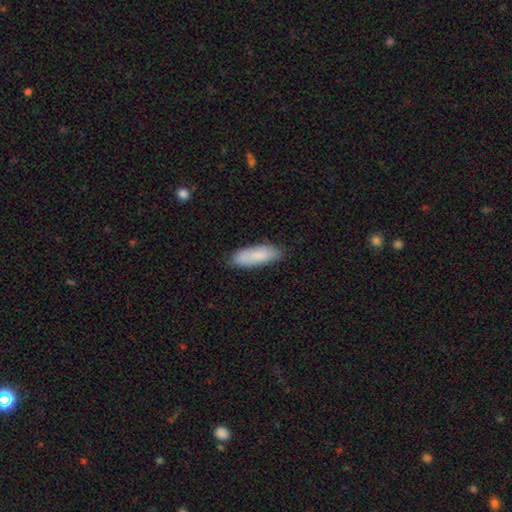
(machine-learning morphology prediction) smooth_or_featured: smooth (p=0.83) [alt: featured or disk p=0.11]
how_rounded: in between (p=0.62) [alt: cigar-shaped p=0.37]
merging: none (p=0.79) [alt: minor disturbance p=0.17]